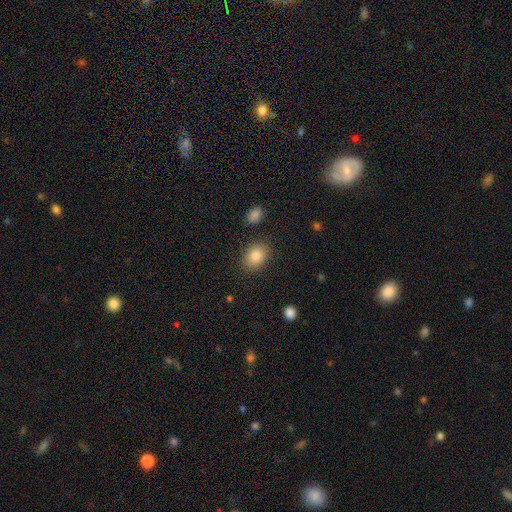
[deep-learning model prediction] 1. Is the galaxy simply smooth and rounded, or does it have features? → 84% smooth, 9% star or artifact, 8% featured or disk.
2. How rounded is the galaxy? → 66% in between, 33% round, 1% cigar-shaped.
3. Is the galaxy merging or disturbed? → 85% none, 10% minor disturbance, 3% major disturbance, 2% merger.